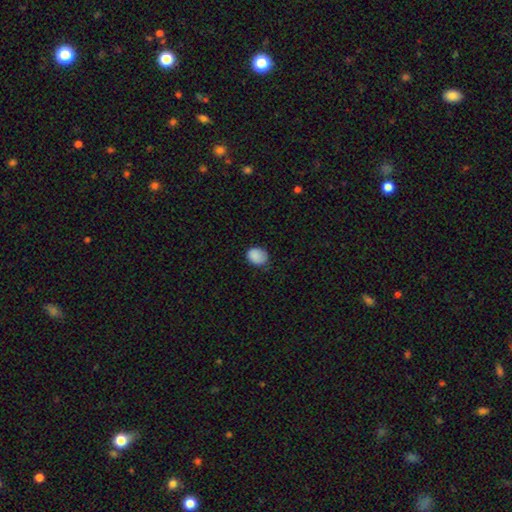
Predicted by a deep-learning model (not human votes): A smooth galaxy with no disk features (87%) that is in between round and cigar-shaped (51%). Merging: none (66%).